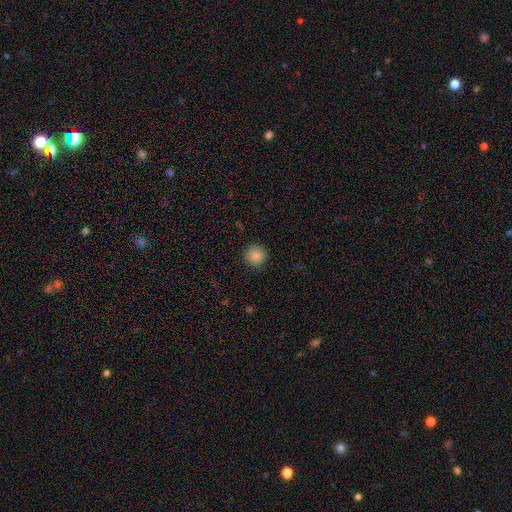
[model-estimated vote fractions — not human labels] Smooth or featured? smooth (87%)
How rounded? round (94%)
Merging? none (90%)